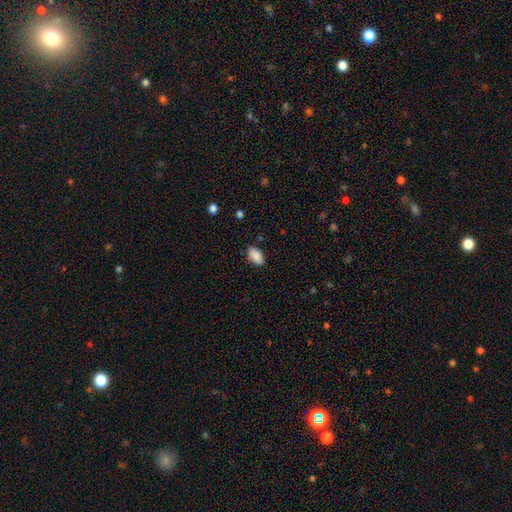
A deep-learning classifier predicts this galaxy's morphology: Smooth or featured? smooth (89%)
How rounded? in between (93%)
Merging? none (84%)